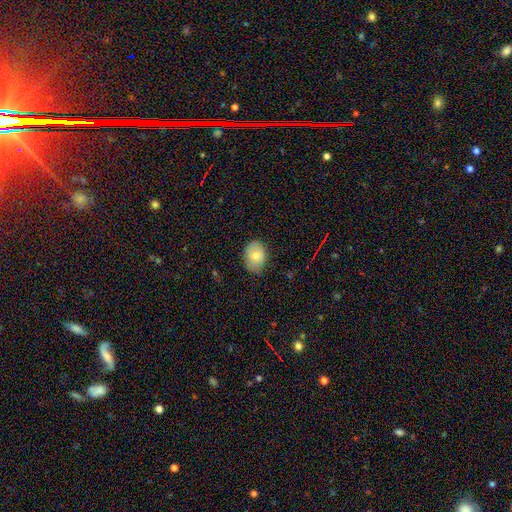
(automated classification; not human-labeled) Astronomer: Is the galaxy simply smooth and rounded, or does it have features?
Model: smooth — 75%.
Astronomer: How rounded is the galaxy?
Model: in between — 75%.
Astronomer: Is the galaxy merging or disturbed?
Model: none — 77%.